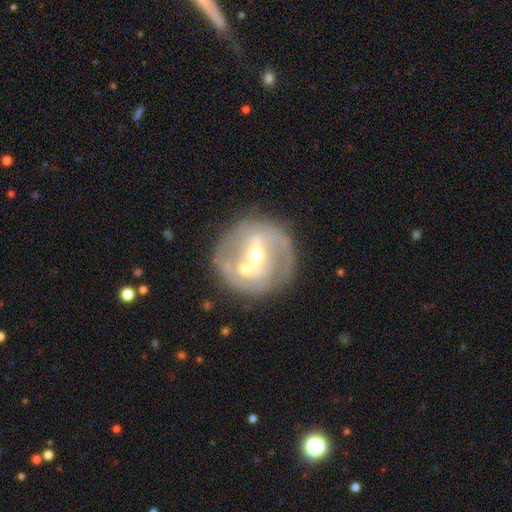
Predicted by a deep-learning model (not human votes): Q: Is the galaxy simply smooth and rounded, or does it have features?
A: featured or disk — 72%.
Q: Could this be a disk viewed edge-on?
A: no — 96%.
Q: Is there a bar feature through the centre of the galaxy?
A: weak — 37%.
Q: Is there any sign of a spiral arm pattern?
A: yes — 57%.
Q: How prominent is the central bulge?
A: moderate — 55%.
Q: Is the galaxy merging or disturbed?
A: none — 57%.